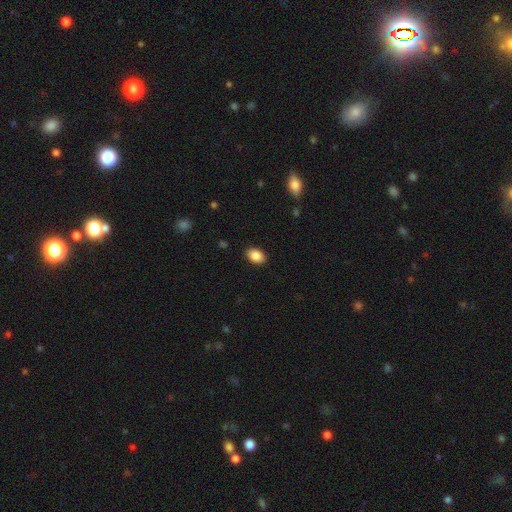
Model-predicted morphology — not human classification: The model was most divided on "how rounded": in between: 85%, round: 14%, cigar-shaped: 1%. More confident: merging — none (88%); smooth or featured — smooth (88%).